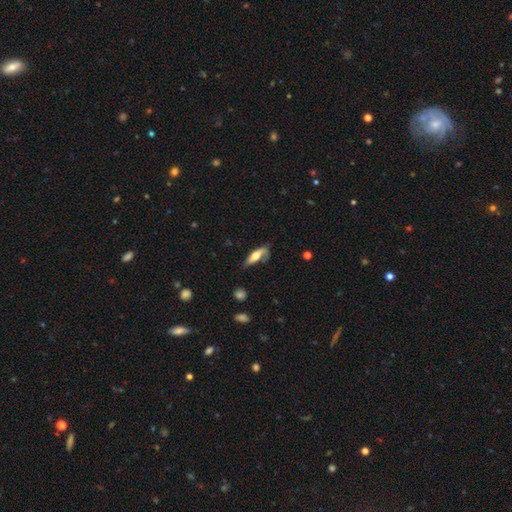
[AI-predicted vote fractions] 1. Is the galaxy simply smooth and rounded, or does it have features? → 54% smooth, 40% featured or disk, 6% star or artifact.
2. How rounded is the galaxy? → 53% in between, 44% cigar-shaped, 3% round.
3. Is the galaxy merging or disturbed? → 49% none, 32% minor disturbance, 14% major disturbance, 5% merger.